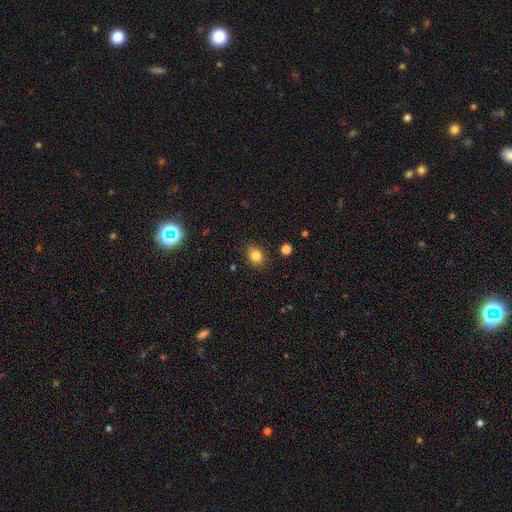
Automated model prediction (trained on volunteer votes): A smooth galaxy with no disk features (82%) that is round (57%). Merging: none (84%).